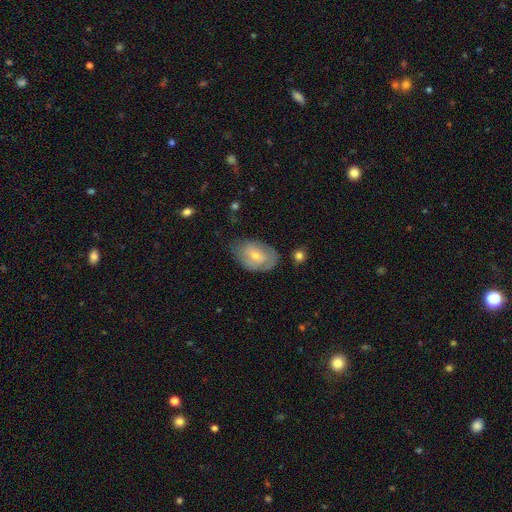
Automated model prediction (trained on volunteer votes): A smooth galaxy with no disk features (54%) that is in between round and cigar-shaped (83%).

Vote fractions:
- Smooth or featured? smooth: 54% / featured or disk: 40% / star or artifact: 7%
- How rounded? in between: 83% / round: 16% / cigar-shaped: 1%
- Merging? none: 54% / minor disturbance: 32% / major disturbance: 11% / merger: 3%